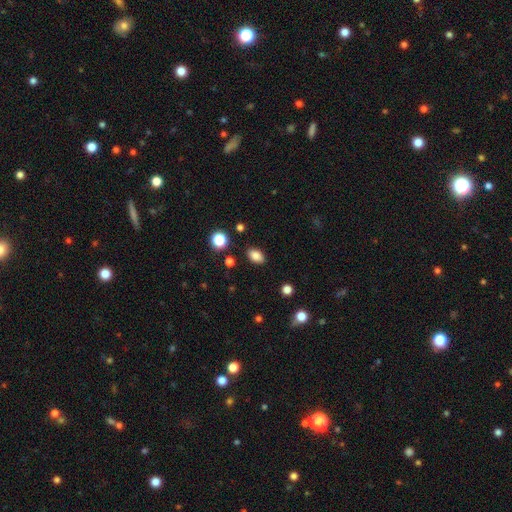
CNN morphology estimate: Q: Smooth or featured?
A: smooth (84%); runner-up: star or artifact (11%)
Q: How rounded?
A: in between (86%); runner-up: round (13%)
Q: Merging?
A: none (87%); runner-up: minor disturbance (9%)